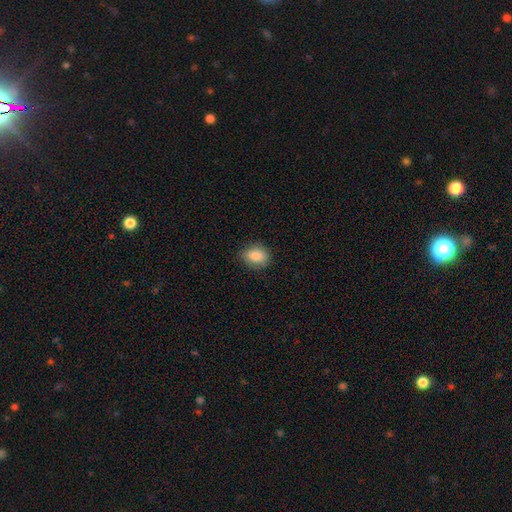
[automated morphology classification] smooth_or_featured: smooth (p=0.84) [alt: featured or disk p=0.08]
how_rounded: in between (p=0.64) [alt: round p=0.34]
merging: none (p=0.80) [alt: minor disturbance p=0.16]